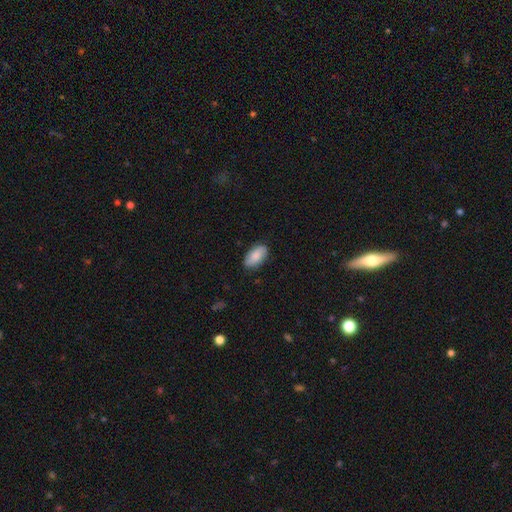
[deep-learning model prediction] Morphology: type=smooth (80%); roundness=in between (94%); merging=none (83%).